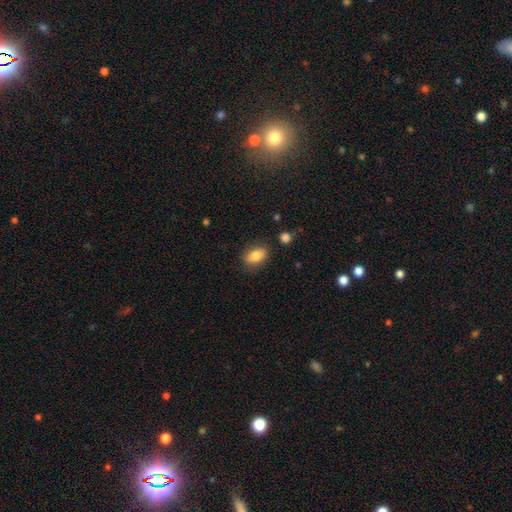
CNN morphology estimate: This appears to be a smooth galaxy with no disk features (81%) that is in between round and cigar-shaped (86%). Merging: none (81%).